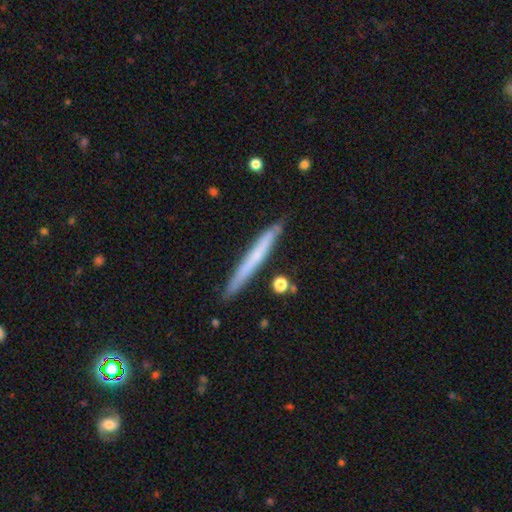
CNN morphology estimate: smooth_or_featured: smooth (p=0.53) [alt: featured or disk p=0.41]
how_rounded: cigar-shaped (p=0.97) [alt: in between p=0.02]
merging: none (p=0.86) [alt: minor disturbance p=0.11]